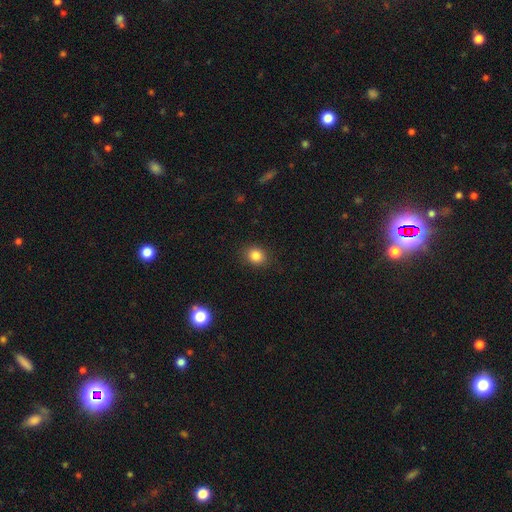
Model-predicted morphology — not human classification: smooth-or-featured: smooth: 84% | star or artifact: 11% | featured or disk: 5%
  how-rounded: round: 63% | in between: 36% | cigar-shaped: 1%
  merging: none: 86% | minor disturbance: 10% | major disturbance: 3% | merger: 1%